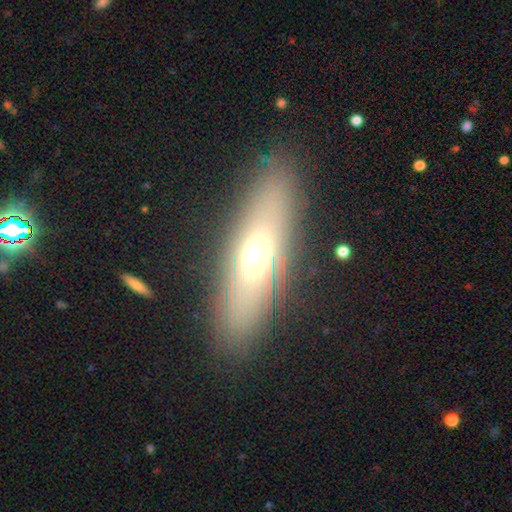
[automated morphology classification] Smooth or featured? Predicted: smooth (p=0.49). Merging? Predicted: none (p=0.85).